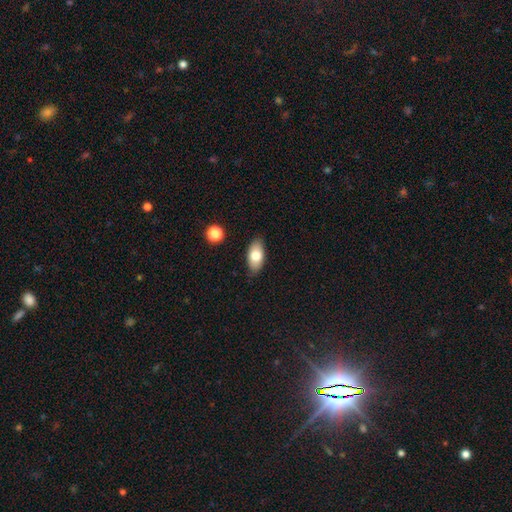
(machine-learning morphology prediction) Q: Smooth or featured?
A: smooth (76%); runner-up: featured or disk (17%)
Q: How rounded?
A: in between (91%); runner-up: cigar-shaped (5%)
Q: Merging?
A: none (85%); runner-up: minor disturbance (11%)